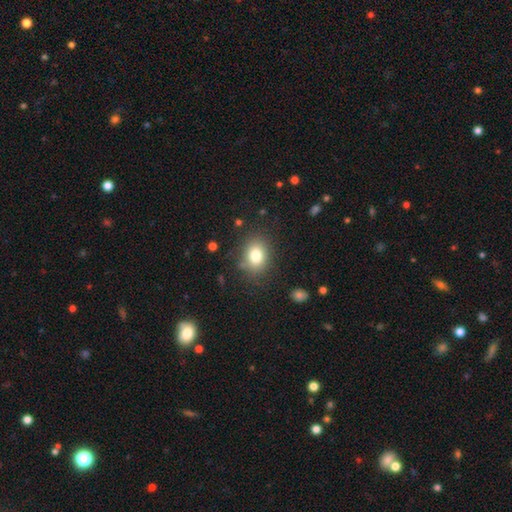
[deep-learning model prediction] A smooth galaxy with no disk features (80%) that is in between round and cigar-shaped (55%).

Vote fractions:
- Smooth or featured? smooth: 80% / star or artifact: 11% / featured or disk: 9%
- How rounded? in between: 55% / round: 44% / cigar-shaped: 1%
- Merging? none: 82% / minor disturbance: 12% / major disturbance: 4% / merger: 2%